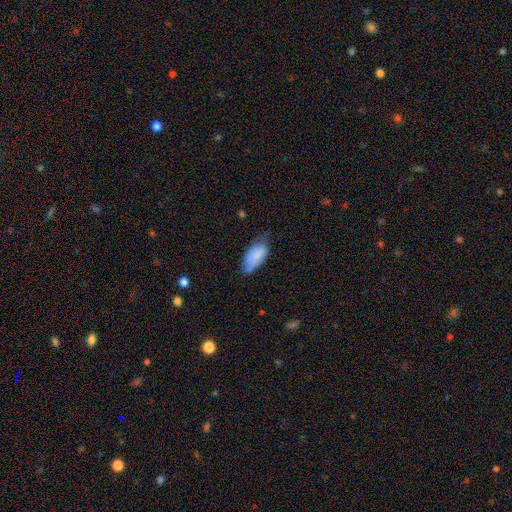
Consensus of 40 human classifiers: smooth-or-featured: smooth: 78% | featured or disk: 18% | star or artifact: 5%
  how-rounded: in between: 94% | round: 3% | cigar-shaped: 3%
  merging: minor disturbance: 47% | none: 45% | major disturbance: 5% | merger: 3%